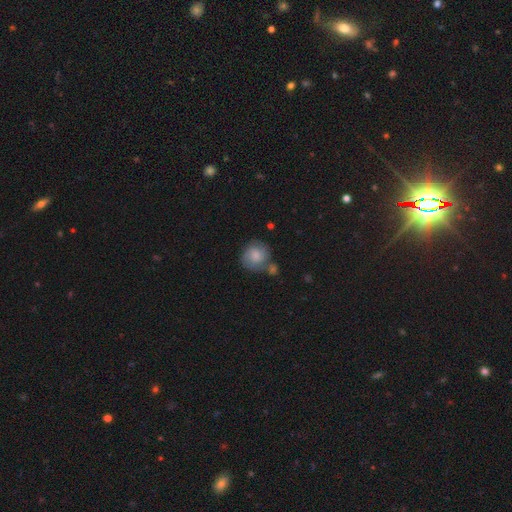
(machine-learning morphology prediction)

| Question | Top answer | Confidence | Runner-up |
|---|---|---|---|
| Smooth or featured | smooth | 62% | featured or disk (30%) |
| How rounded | round | 79% | in between (20%) |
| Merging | none | 52% | minor disturbance (20%) |